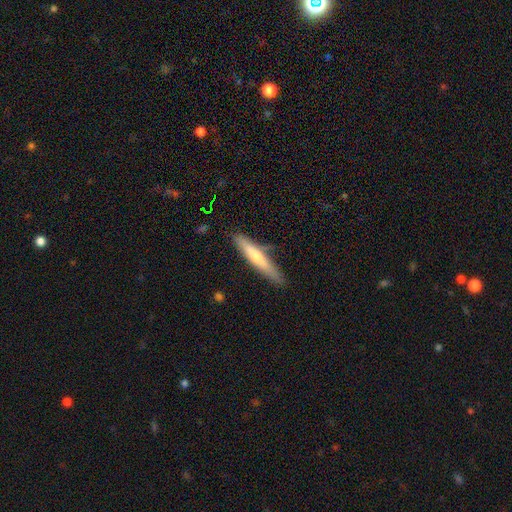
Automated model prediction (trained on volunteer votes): The model was most divided on "smooth or featured": smooth: 55%, featured or disk: 39%, star or artifact: 6%. More confident: how rounded — cigar-shaped (93%); merging — none (85%).